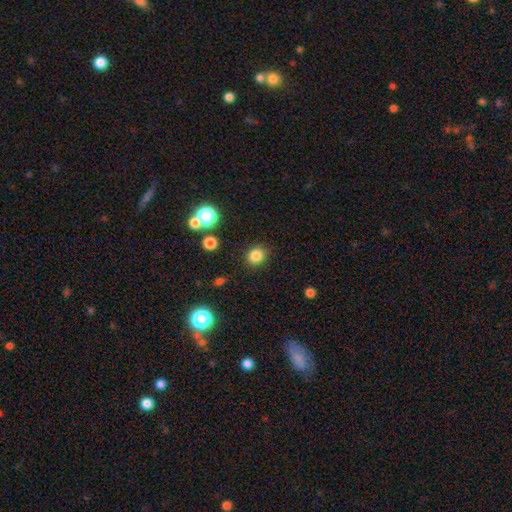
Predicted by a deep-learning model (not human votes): Morphology: type=smooth (83%); roundness=round (80%); merging=none (88%).